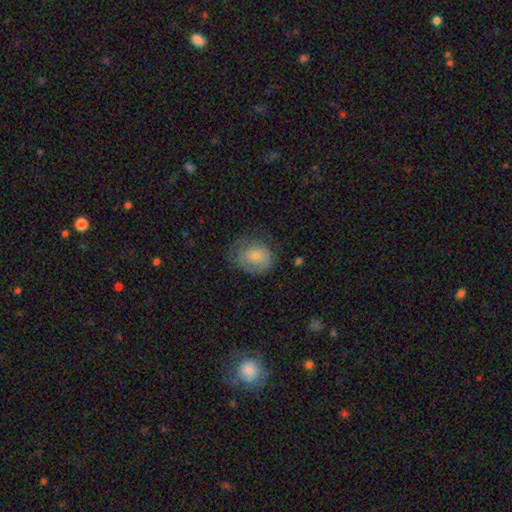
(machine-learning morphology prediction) Q: Smooth or featured?
A: smooth (60%); runner-up: featured or disk (30%)
Q: How rounded?
A: round (54%); runner-up: in between (45%)
Q: Merging?
A: none (55%); runner-up: minor disturbance (26%)